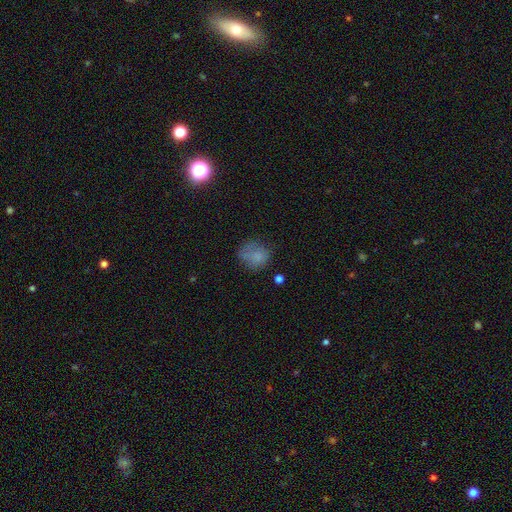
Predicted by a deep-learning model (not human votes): Smooth or featured? Predicted: smooth (p=0.71). How rounded? Predicted: round (p=0.70). Merging? Predicted: none (p=0.54).